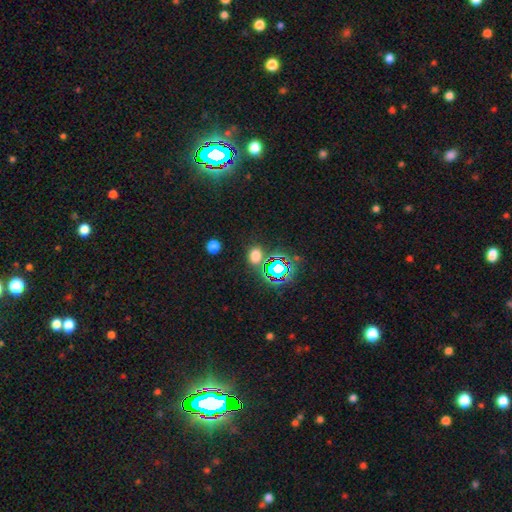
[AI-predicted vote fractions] This is likely a smooth galaxy (64%). How rounded: possibly in between (52%). Merging: clearly none (80%).